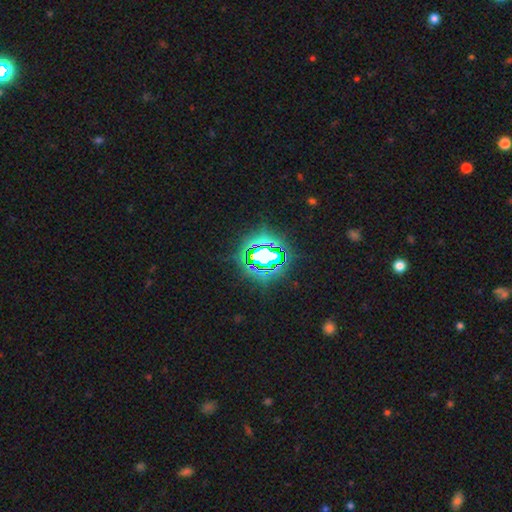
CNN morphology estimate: type=star or artifact (82%).